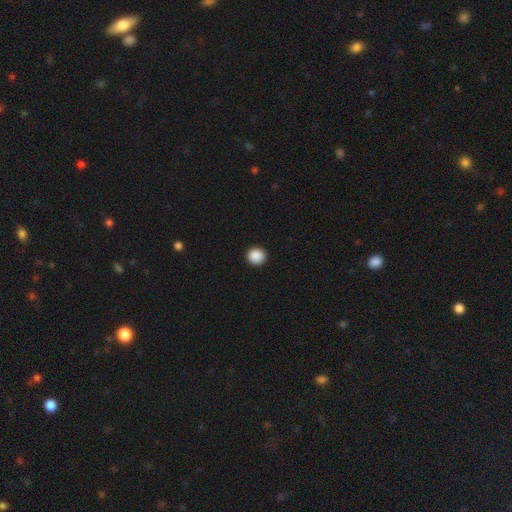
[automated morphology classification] This appears to be a smooth galaxy with no disk features (89%) that is round (92%). Merging: none (92%).